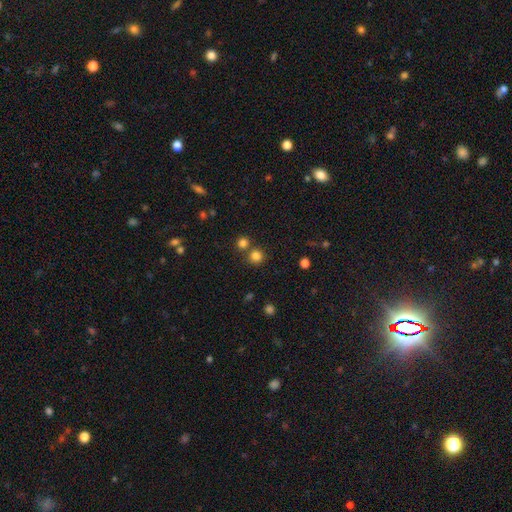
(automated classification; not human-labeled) smooth_or_featured: smooth (p=0.80) [alt: star or artifact p=0.15]
how_rounded: round (p=0.91) [alt: in between p=0.08]
merging: none (p=0.71) [alt: merger p=0.20]